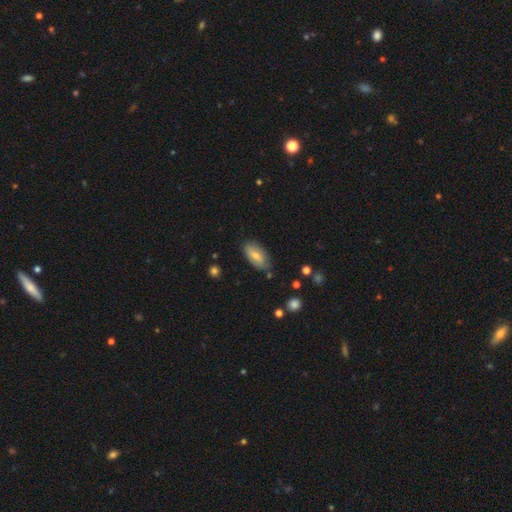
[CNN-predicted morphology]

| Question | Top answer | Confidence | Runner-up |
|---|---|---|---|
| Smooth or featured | smooth | 70% | featured or disk (23%) |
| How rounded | in between | 89% | cigar-shaped (8%) |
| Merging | none | 78% | minor disturbance (17%) |